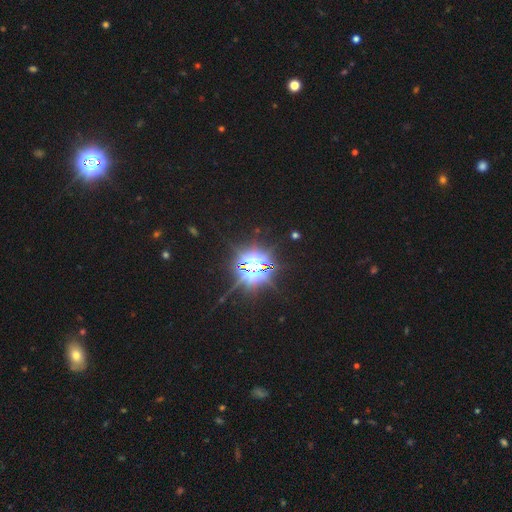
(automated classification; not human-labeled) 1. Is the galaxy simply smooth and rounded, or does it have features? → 80% star or artifact, 10% smooth, 10% featured or disk.